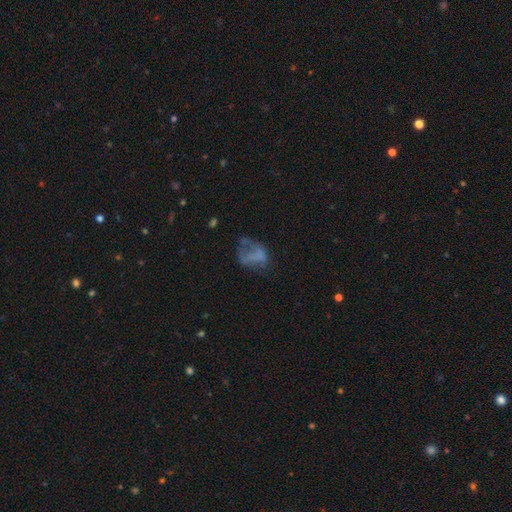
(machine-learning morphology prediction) A smooth galaxy with no disk features (45%).

Vote fractions:
- Smooth or featured? smooth: 45% / featured or disk: 39% / star or artifact: 16%
- Merging? major disturbance: 40% / none: 31% / minor disturbance: 23% / merger: 6%